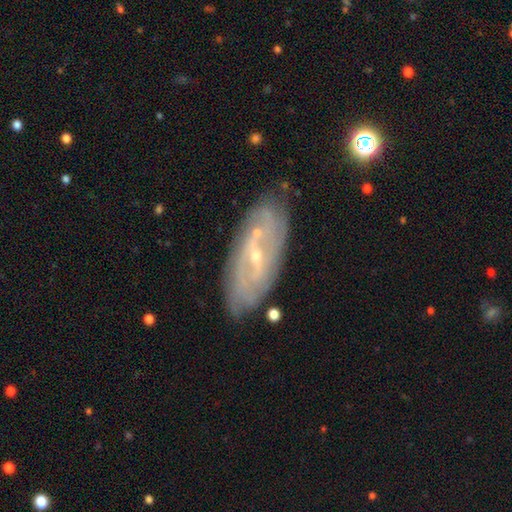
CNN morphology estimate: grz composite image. It shows a featured or disk galaxy (79%) with a weak bar (42%), tight (52%) spiral arms (80%) and a small central bulge (78%). Merging: none (77%).